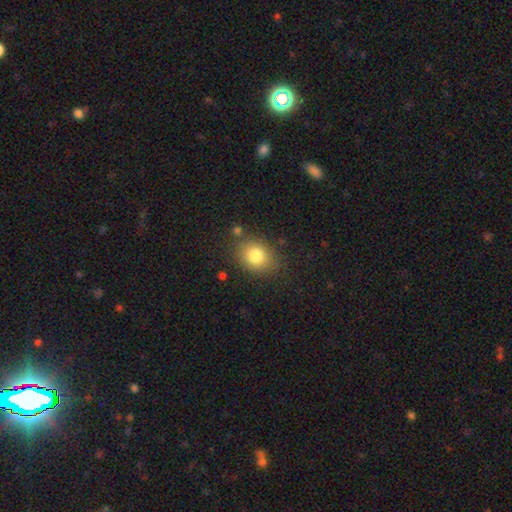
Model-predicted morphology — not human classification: smooth_or_featured: smooth (p=0.81) [alt: star or artifact p=0.10]
how_rounded: round (p=0.51) [alt: in between p=0.48]
merging: none (p=0.79) [alt: minor disturbance p=0.13]